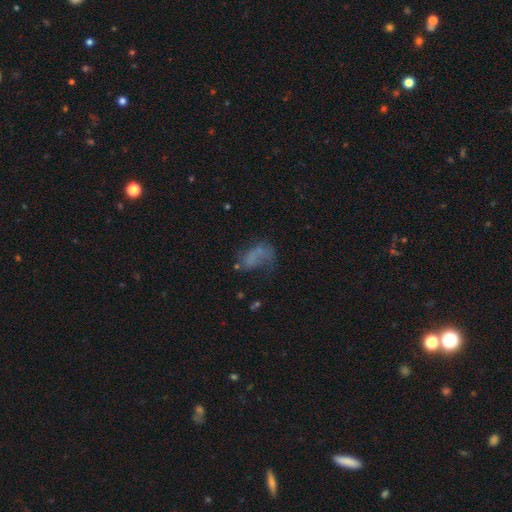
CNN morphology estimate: Smooth or featured?
  - smooth: 44% *
  - featured or disk: 38%
  - star or artifact: 18%
Merging?
  - major disturbance: 38% *
  - none: 32%
  - minor disturbance: 21%
  - merger: 9%